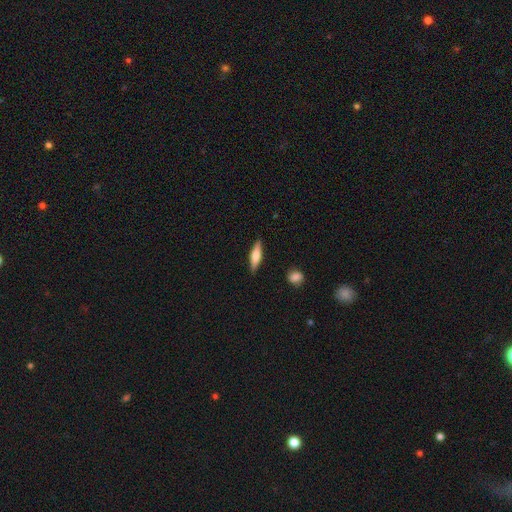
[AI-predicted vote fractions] Morphology: type=smooth (60%); roundness=cigar-shaped (69%); merging=none (88%).